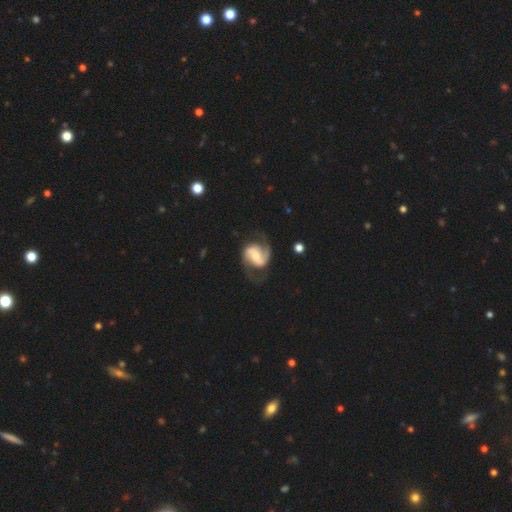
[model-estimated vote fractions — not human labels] This appears to be a featured or disk galaxy (87%) with a weak bar (41%), 2 (90%) medium (52%) spiral arms (96%) and a moderate central bulge (50%). Merging: none (71%).